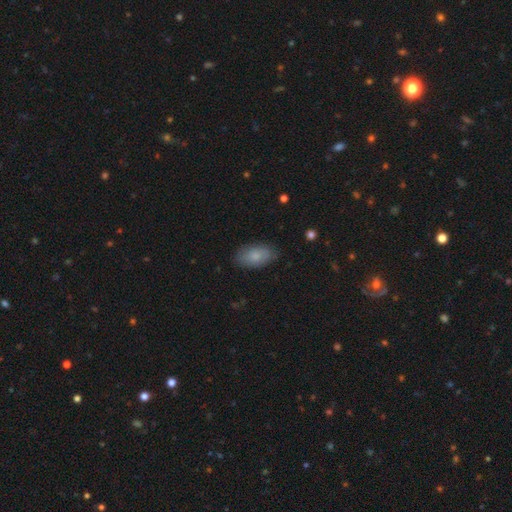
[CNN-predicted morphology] smooth_or_featured: smooth (p=0.79) [alt: featured or disk p=0.15]
how_rounded: in between (p=0.93) [alt: round p=0.04]
merging: none (p=0.80) [alt: minor disturbance p=0.16]